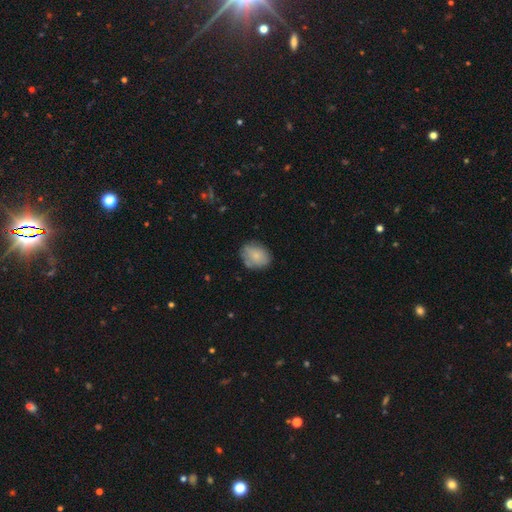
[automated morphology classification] smooth-or-featured: smooth: 78% | featured or disk: 15% | star or artifact: 7%
  how-rounded: in between: 57% | round: 42% | cigar-shaped: 1%
  merging: none: 69% | minor disturbance: 22% | major disturbance: 5% | merger: 4%